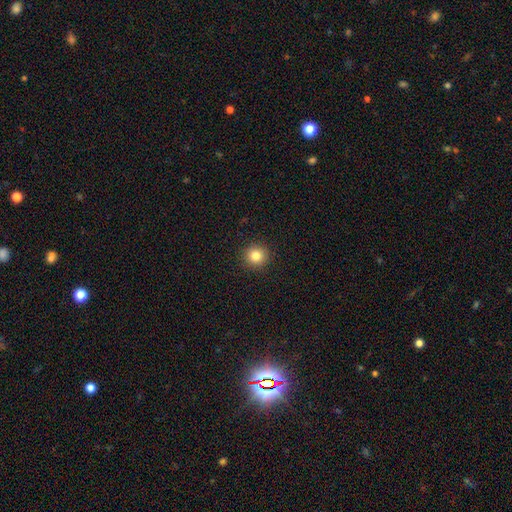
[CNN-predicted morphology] This appears to be a smooth galaxy with no disk features (83%) that is round (95%). Merging: none (93%).